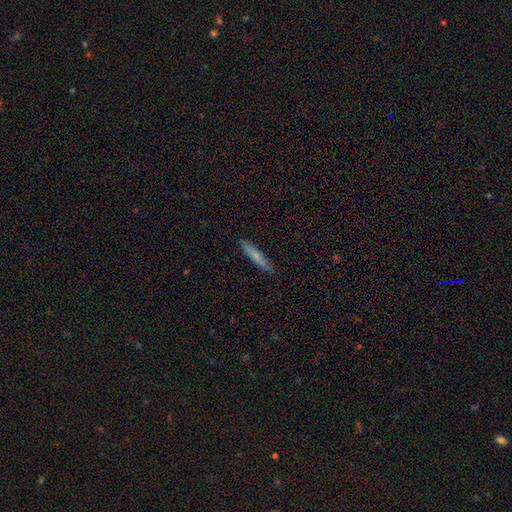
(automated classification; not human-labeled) Morphology: type=smooth (67%); roundness=cigar-shaped (91%); merging=none (88%).